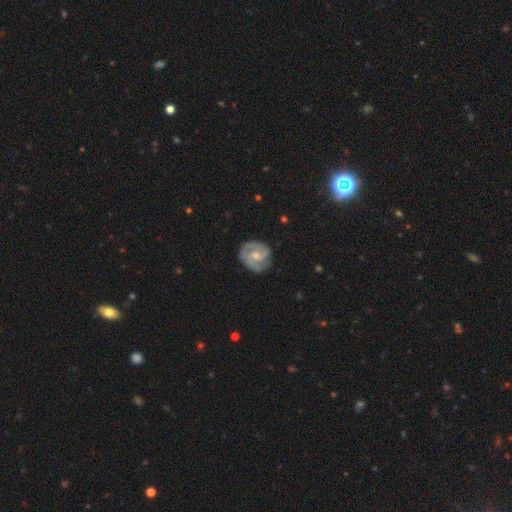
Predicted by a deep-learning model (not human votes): smooth_or_featured: featured or disk (p=0.76) [alt: smooth p=0.19]
disk_edge_on: no (p=0.98) [alt: yes p=0.02]
bar: no (p=0.56) [alt: weak p=0.37]
has_spiral_arms: yes (p=0.92) [alt: no p=0.08]
spiral_winding: tight (p=0.47) [alt: medium p=0.41]
spiral_arm_count: 2 (p=0.47) [alt: 3 p=0.25]
bulge_size: moderate (p=0.59) [alt: small p=0.34]
merging: none (p=0.75) [alt: minor disturbance p=0.18]